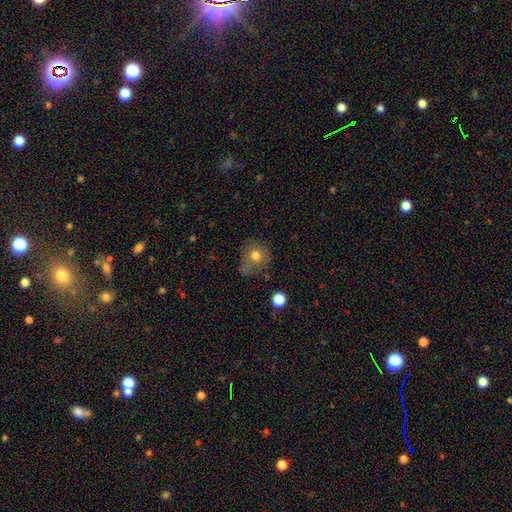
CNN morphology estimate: This is likely a smooth galaxy (73%). How rounded: clearly round (83%). Merging: likely none (63%).